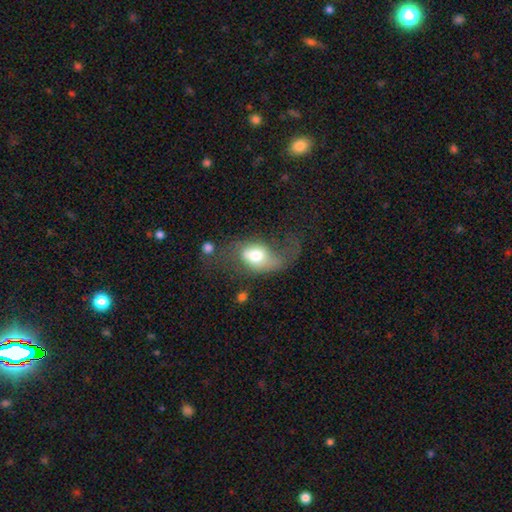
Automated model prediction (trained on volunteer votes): A smooth galaxy with no disk features (56%) that is in between round and cigar-shaped (78%). Merging: major disturbance (49%).